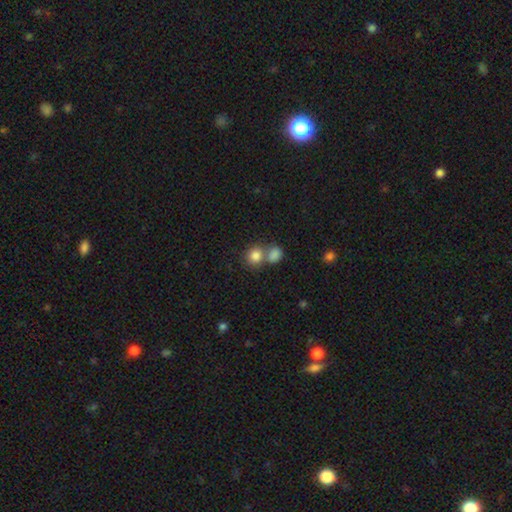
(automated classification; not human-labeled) Morphology: type=smooth (83%); roundness=round (80%); merging=none (46%).